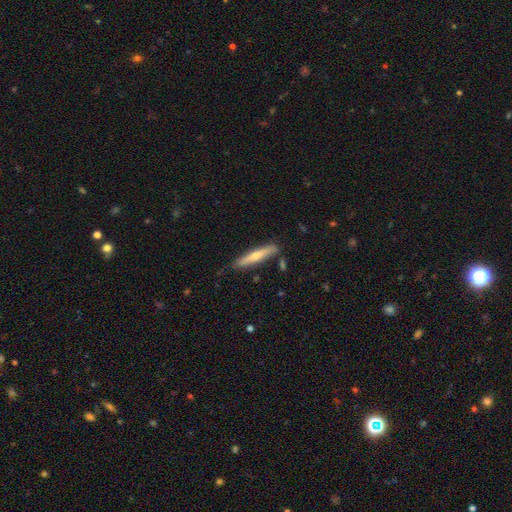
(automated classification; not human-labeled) The model was most divided on "smooth or featured": smooth: 54%, featured or disk: 40%, star or artifact: 6%. More confident: how rounded — cigar-shaped (91%); merging — none (81%).